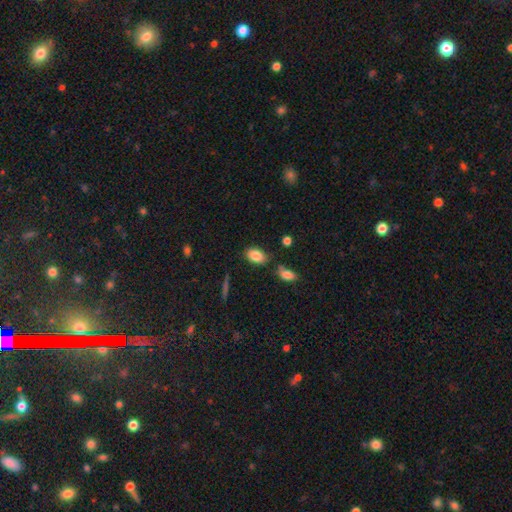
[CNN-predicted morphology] Smooth or featured: smooth — 85% (star or artifact — 8%)
How rounded: in between — 88% (round — 10%)
Merging: none — 73% (minor disturbance — 16%)